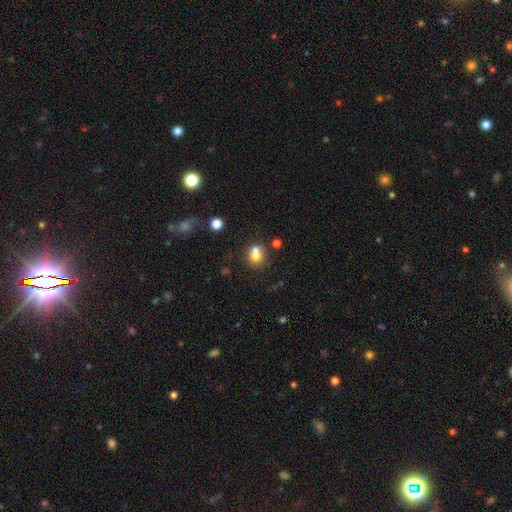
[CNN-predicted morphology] type=smooth (71%); roundness=round (75%); merging=merger (47%).